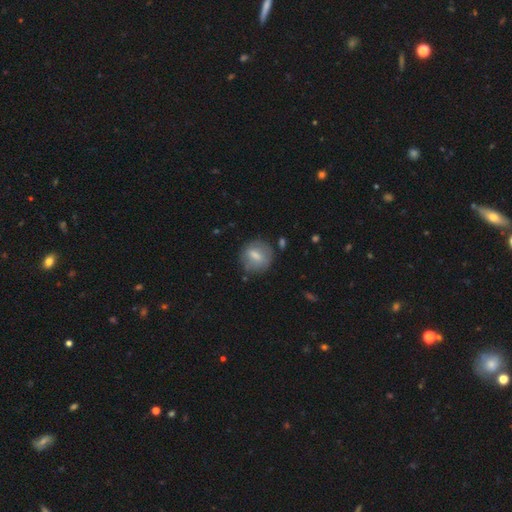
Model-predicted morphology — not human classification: smooth-or-featured: smooth: 63% | featured or disk: 29% | star or artifact: 8%
  how-rounded: round: 73% | in between: 25% | cigar-shaped: 3%
  merging: none: 72% | minor disturbance: 19% | major disturbance: 6% | merger: 3%